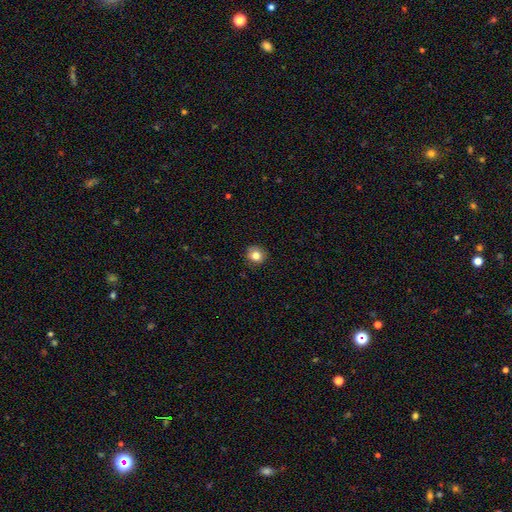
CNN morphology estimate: Smooth or featured?
  - smooth: 82% *
  - star or artifact: 10%
  - featured or disk: 8%
How rounded?
  - round: 88% *
  - in between: 11%
  - cigar-shaped: 1%
Merging?
  - none: 87% *
  - minor disturbance: 9%
  - major disturbance: 2%
  - merger: 1%